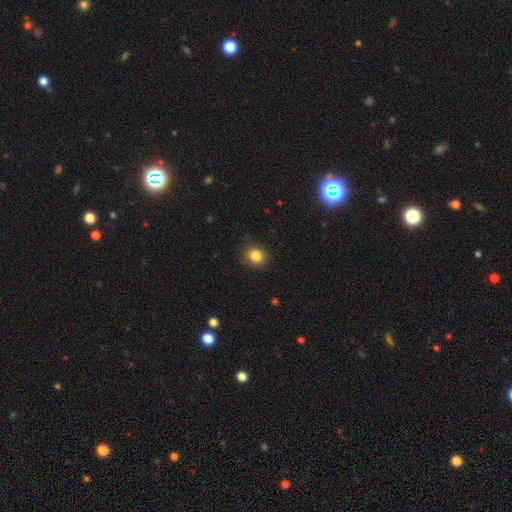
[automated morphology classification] Smooth or featured? smooth (84%)
How rounded? round (79%)
Merging? none (86%)